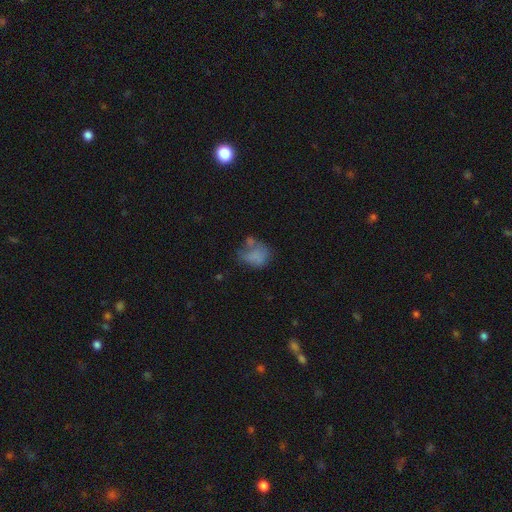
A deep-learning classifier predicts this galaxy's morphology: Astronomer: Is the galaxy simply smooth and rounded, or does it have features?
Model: smooth — 69%.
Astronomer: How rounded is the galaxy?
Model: in between — 60% (runner-up: round, 38%).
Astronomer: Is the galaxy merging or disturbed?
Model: none — 34% (runner-up: minor disturbance, 25%).